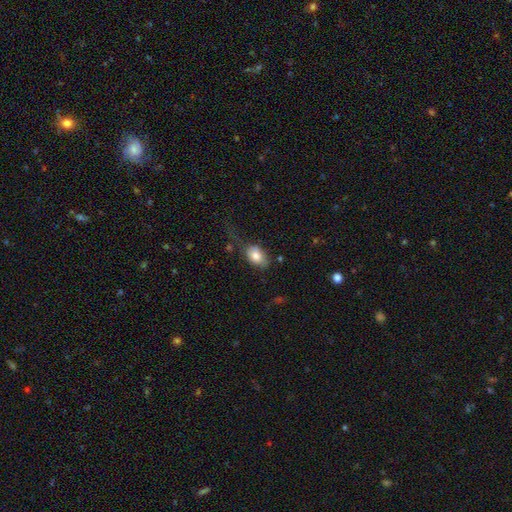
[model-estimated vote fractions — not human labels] smooth_or_featured: smooth (p=0.80) [alt: featured or disk p=0.12]
how_rounded: in between (p=0.85) [alt: round p=0.13]
merging: none (p=0.54) [alt: minor disturbance p=0.25]